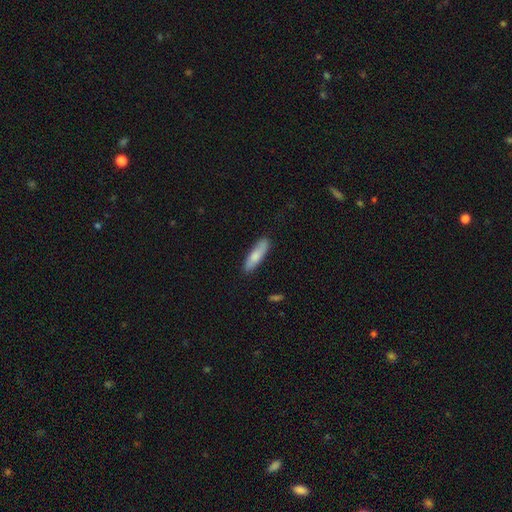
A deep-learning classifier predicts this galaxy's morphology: type=smooth (79%); roundness=cigar-shaped (68%); merging=none (84%).